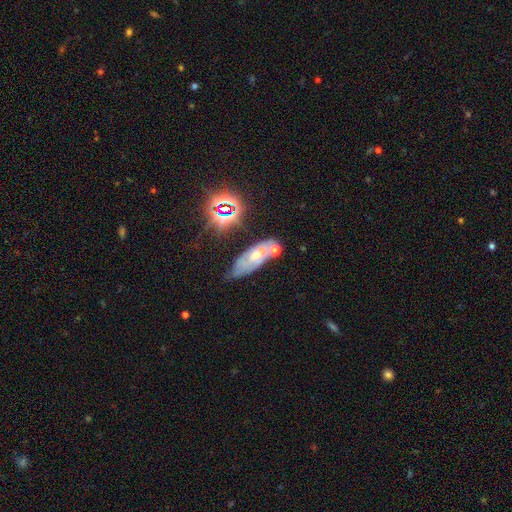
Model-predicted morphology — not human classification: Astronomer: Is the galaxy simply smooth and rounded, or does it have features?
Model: featured or disk — 44% (runner-up: star or artifact, 29%).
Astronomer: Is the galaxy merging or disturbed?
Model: none — 53%.